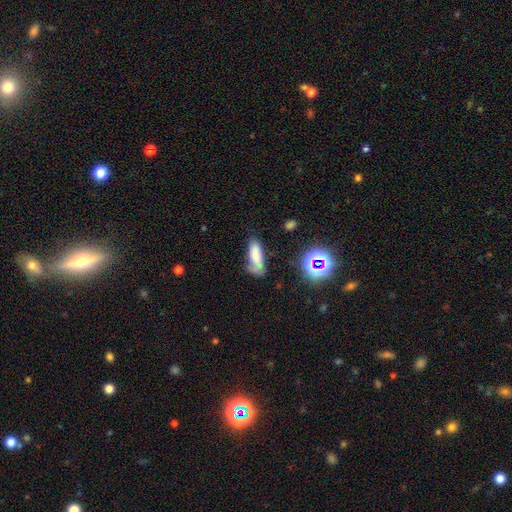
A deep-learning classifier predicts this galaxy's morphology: smooth_or_featured: smooth (p=0.72) [alt: featured or disk p=0.15]
how_rounded: in between (p=0.59) [alt: cigar-shaped p=0.38]
merging: none (p=0.49) [alt: minor disturbance p=0.31]